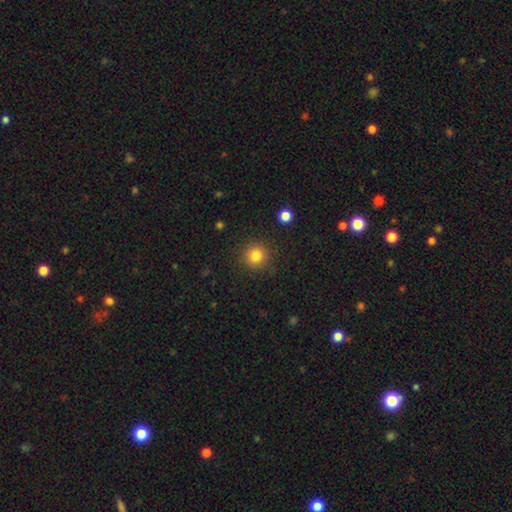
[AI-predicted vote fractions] smooth-or-featured: smooth: 82% | star or artifact: 12% | featured or disk: 6%
  how-rounded: round: 93% | in between: 6% | cigar-shaped: 1%
  merging: none: 89% | minor disturbance: 7% | major disturbance: 3% | merger: 2%